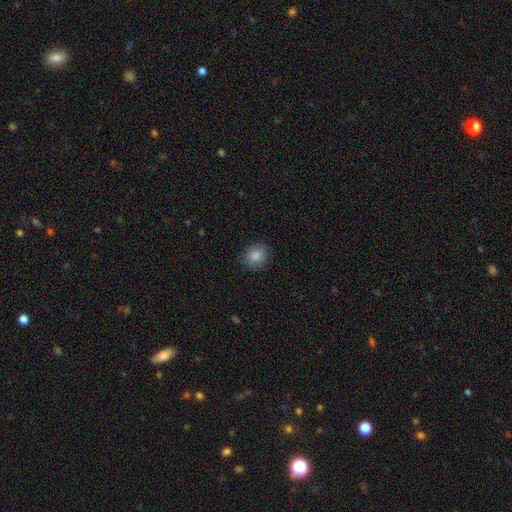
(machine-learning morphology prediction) A smooth galaxy with no disk features (86%) that is round (75%). Merging: none (87%).